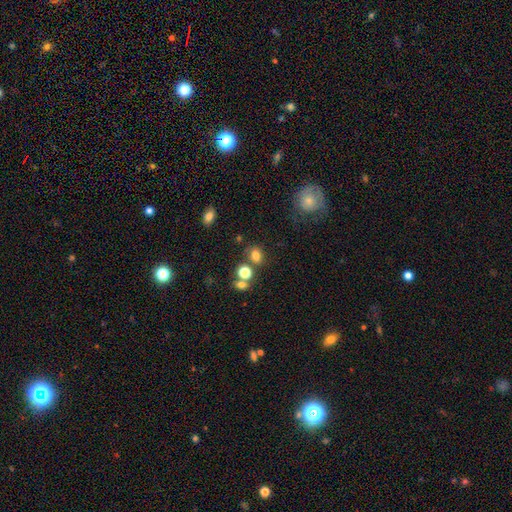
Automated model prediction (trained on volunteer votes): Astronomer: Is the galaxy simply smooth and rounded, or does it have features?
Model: smooth — 76%.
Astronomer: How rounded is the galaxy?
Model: in between — 54% (runner-up: round, 45%).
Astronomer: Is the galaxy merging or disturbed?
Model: none — 64%.